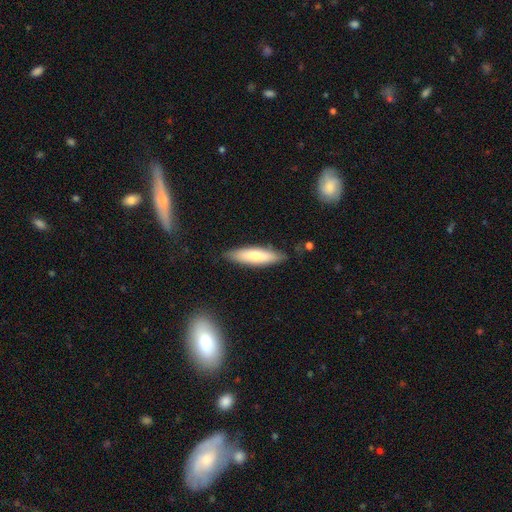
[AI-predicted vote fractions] Overall: smooth (70%). How rounded: cigar-shaped (62%; in between 37%). Merging: none (83%).